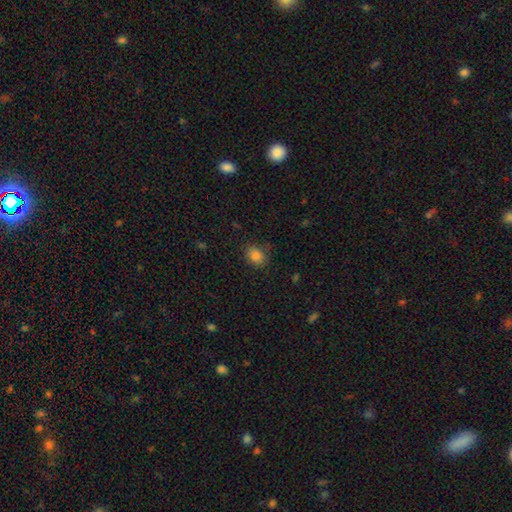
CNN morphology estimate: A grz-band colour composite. It shows a smooth galaxy with no disk features (84%) that is in between round and cigar-shaped (53%). Merging: none (78%).